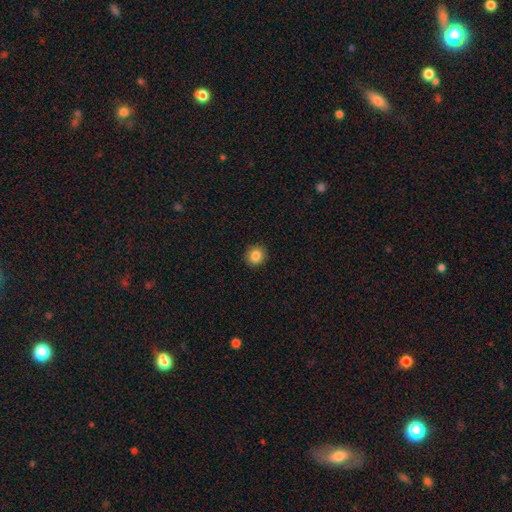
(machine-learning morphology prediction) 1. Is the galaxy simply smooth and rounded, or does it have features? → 85% smooth, 10% star or artifact, 5% featured or disk.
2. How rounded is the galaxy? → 88% round, 11% in between, 1% cigar-shaped.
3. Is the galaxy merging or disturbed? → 92% none, 6% minor disturbance, 2% major disturbance, 1% merger.